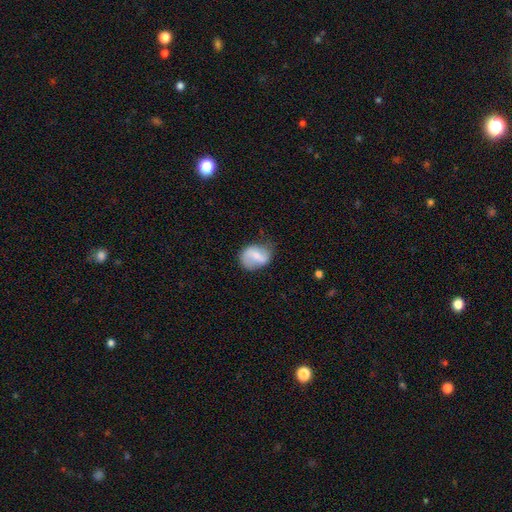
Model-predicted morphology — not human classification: Smooth or featured? Predicted: smooth (p=0.47). Merging? Predicted: none (p=0.58).